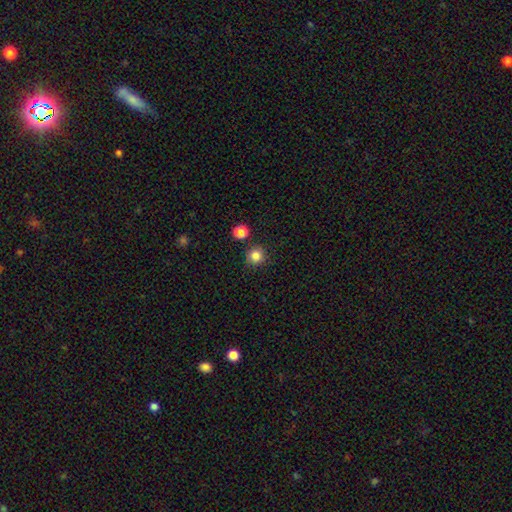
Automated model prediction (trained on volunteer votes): Morphology: type=smooth (84%); roundness=round (93%); merging=none (85%).